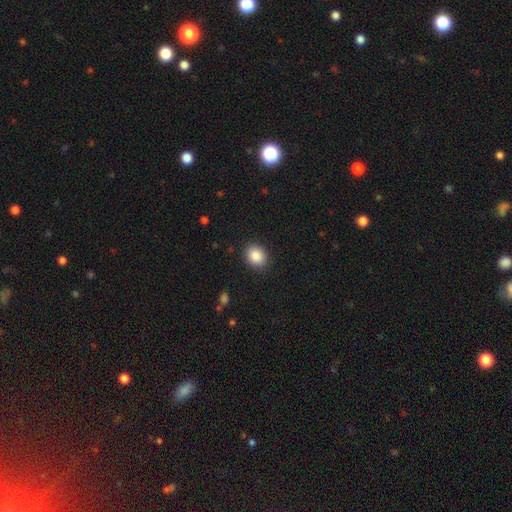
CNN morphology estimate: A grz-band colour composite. It shows a smooth galaxy with no disk features (88%) that is round (53%). Merging: none (89%).